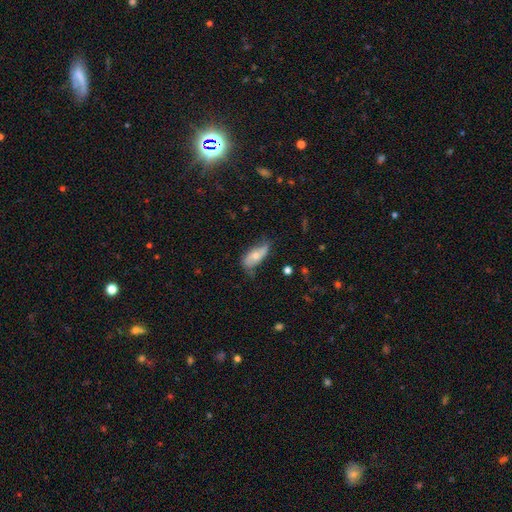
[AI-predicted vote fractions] This is possibly a smooth galaxy (53%). How rounded: clearly in between (84%). Merging: possibly none (53%).